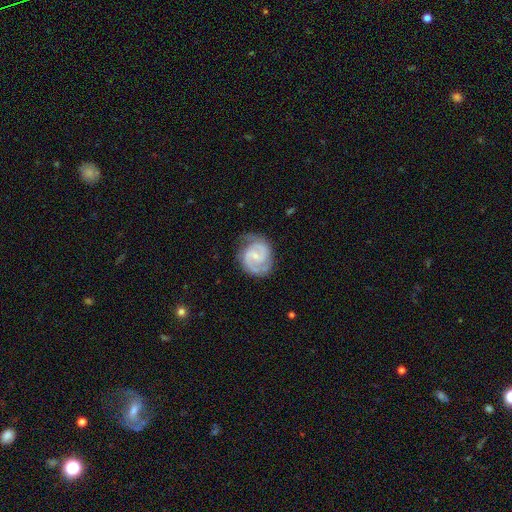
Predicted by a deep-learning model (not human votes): The model was most divided on "spiral winding": medium: 48%, tight: 43%, loose: 8%. Remaining: edge-on disk — no (98%); spiral arms — yes (97%); smooth or featured — featured or disk (88%); spiral arm count — 2 (87%); merging — none (73%); bulge size — small (67%); bar — weak (48%).